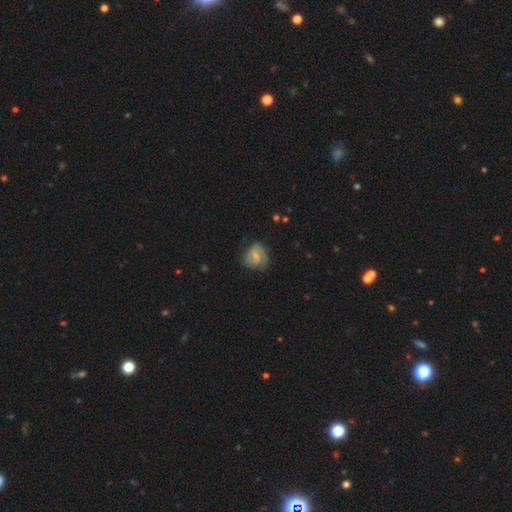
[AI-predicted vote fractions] smooth-or-featured: featured or disk: 54% | smooth: 38% | star or artifact: 8%
  disk-edge-on: no: 97% | yes: 3%
    bar: weak: 51% | no: 34% | strong: 15%
    has-spiral-arms: yes: 81% | no: 19%
    bulge-size: small: 48% | moderate: 30% | none: 19% | large: 3% | dominant: 1%
  merging: none: 56% | minor disturbance: 27% | major disturbance: 15% | merger: 2%